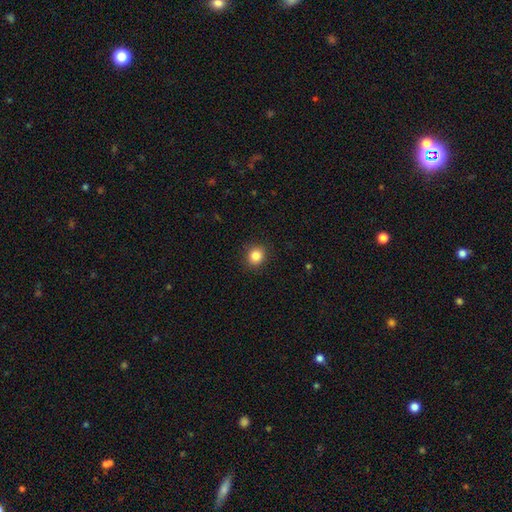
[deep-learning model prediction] Q: Smooth or featured?
A: smooth (85%); runner-up: star or artifact (11%)
Q: How rounded?
A: round (86%); runner-up: in between (13%)
Q: Merging?
A: none (91%); runner-up: minor disturbance (6%)